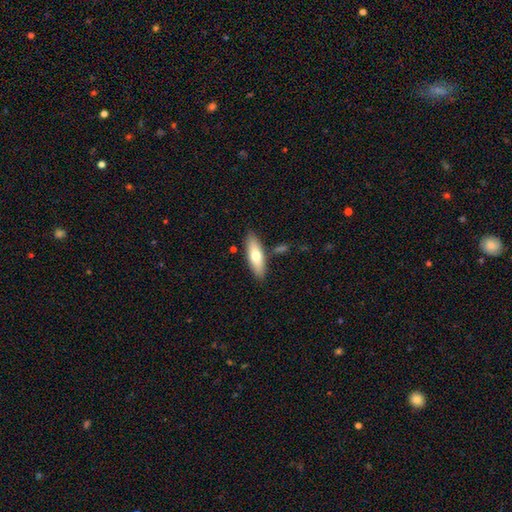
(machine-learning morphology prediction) A smooth galaxy with no disk features (66%) that is in between round and cigar-shaped (51%).

Vote fractions:
- Smooth or featured? smooth: 66% / featured or disk: 29% / star or artifact: 6%
- How rounded? in between: 51% / cigar-shaped: 47% / round: 2%
- Merging? none: 83% / minor disturbance: 10% / merger: 5% / major disturbance: 2%